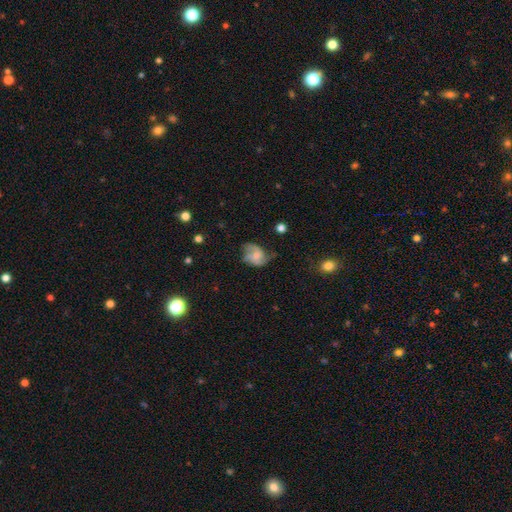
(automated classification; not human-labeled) This is likely a featured or disk galaxy (64%). It is clearly not viewed edge-on (97%). Bar: likely no (66%). Spiral arm pattern: clearly yes (89%). Spiral arm count: possibly 2 (60%). Spiral winding: marginally medium (45%). Central bulge: possibly small (49%). Merging: possibly none (52%).